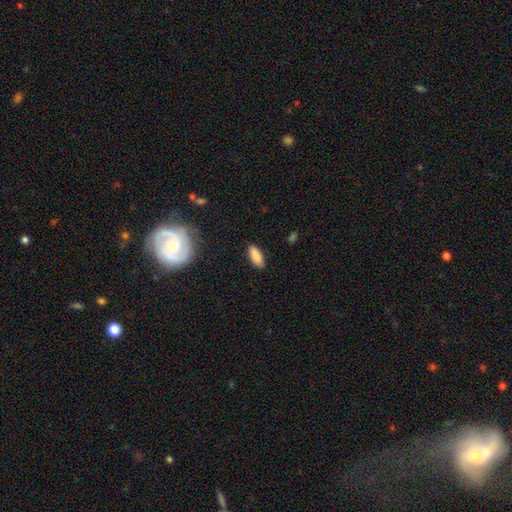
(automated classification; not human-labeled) The model was most divided on "how rounded": in between: 82%, cigar-shaped: 16%, round: 2%. More confident: smooth or featured — smooth (88%); merging — none (86%).